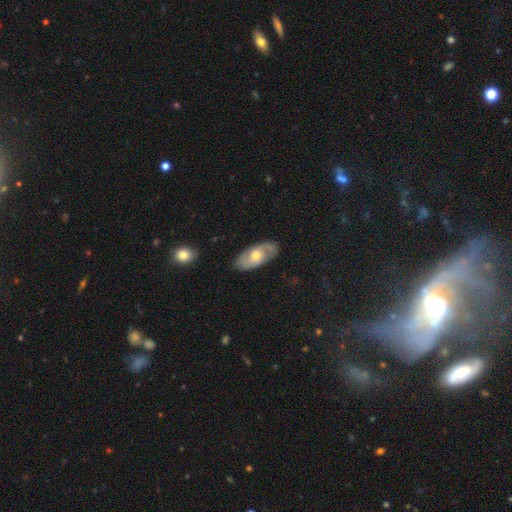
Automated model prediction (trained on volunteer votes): smooth_or_featured: featured or disk (p=0.60) [alt: smooth p=0.35]
disk_edge_on: no (p=0.88) [alt: yes p=0.12]
bar: no (p=0.75) [alt: weak p=0.22]
has_spiral_arms: yes (p=0.72) [alt: no p=0.28]
bulge_size: moderate (p=0.75) [alt: small p=0.15]
merging: none (p=0.83) [alt: minor disturbance p=0.13]